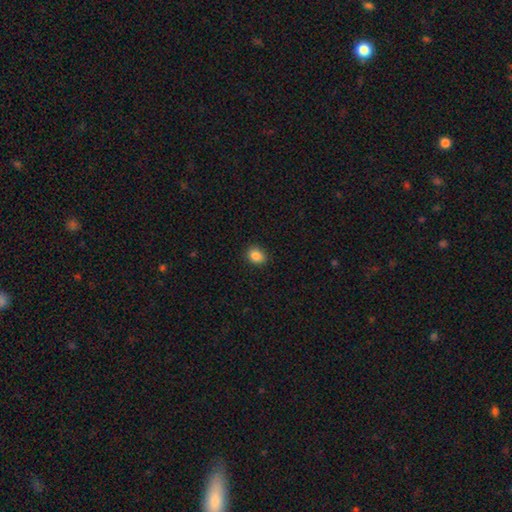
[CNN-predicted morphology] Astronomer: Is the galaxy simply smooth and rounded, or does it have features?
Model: smooth — 87%.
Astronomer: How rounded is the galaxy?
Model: in between — 51% (runner-up: round, 48%).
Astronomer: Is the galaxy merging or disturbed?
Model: none — 88%.